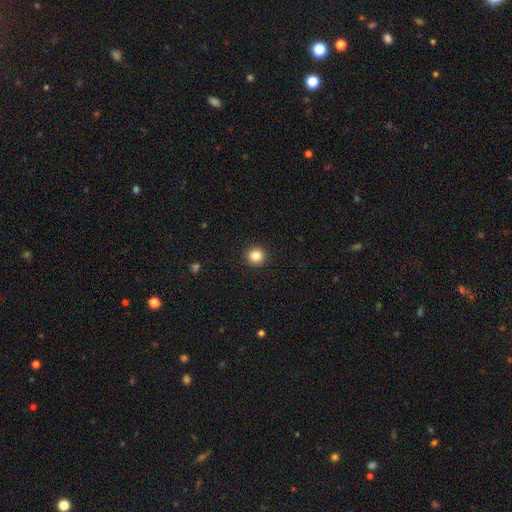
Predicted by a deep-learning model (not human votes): smooth-or-featured: smooth: 85% | star or artifact: 10% | featured or disk: 5%
  how-rounded: round: 95% | in between: 4% | cigar-shaped: 1%
  merging: none: 93% | minor disturbance: 5% | major disturbance: 2% | merger: 1%